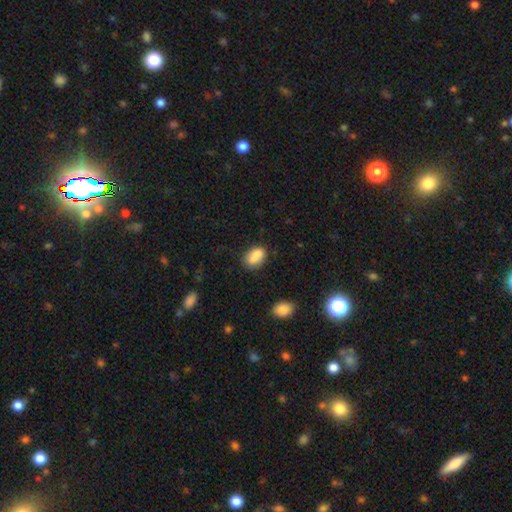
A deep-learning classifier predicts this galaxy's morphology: smooth_or_featured: smooth (p=0.83) [alt: star or artifact p=0.09]
how_rounded: in between (p=0.84) [alt: round p=0.14]
merging: none (p=0.62) [alt: minor disturbance p=0.20]